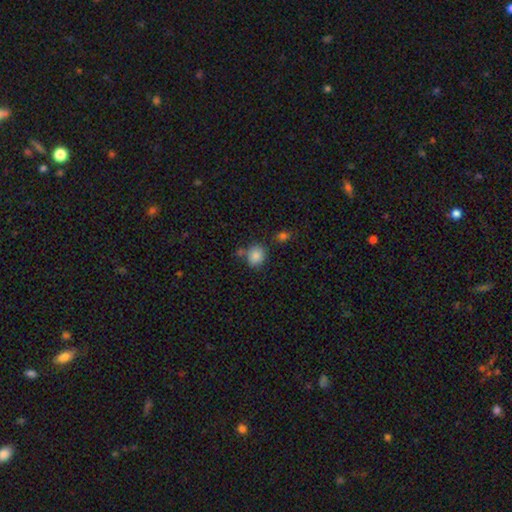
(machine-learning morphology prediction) Q: Smooth or featured?
A: smooth (85%); runner-up: star or artifact (10%)
Q: How rounded?
A: round (72%); runner-up: in between (27%)
Q: Merging?
A: none (70%); runner-up: minor disturbance (13%)